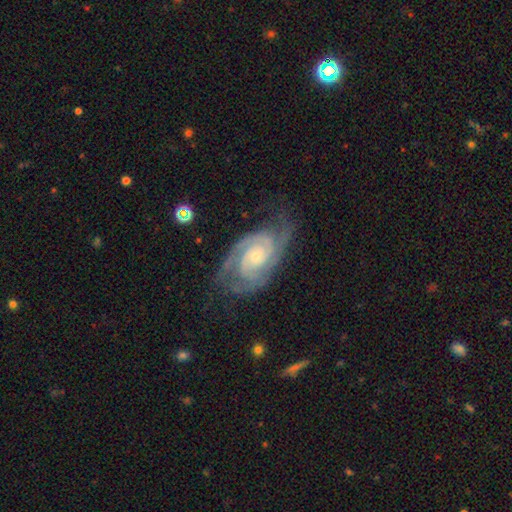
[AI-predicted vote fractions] Smooth or featured?
  - featured or disk: 91% *
  - smooth: 5%
  - star or artifact: 5%
Edge-on disk?
  - no: 97% *
  - yes: 3%
Bar?
  - no: 66% *
  - weak: 27%
  - strong: 7%
Spiral arms?
  - yes: 98% *
  - no: 2%
Spiral winding?
  - tight: 62% *
  - medium: 33%
  - loose: 5%
Spiral arm count?
  - 2: 66% *
  - 3: 16%
  - can't tell: 9%
  - 4: 3%
  - 1: 3%
  - more than 4: 3%
Bulge size?
  - small: 71% *
  - moderate: 22%
  - none: 4%
  - large: 2%
  - dominant: 1%
Merging?
  - none: 69% *
  - minor disturbance: 20%
  - major disturbance: 10%
  - merger: 2%